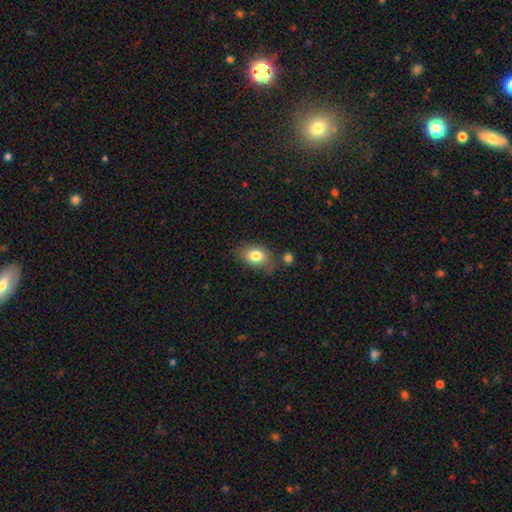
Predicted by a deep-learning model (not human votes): This appears to be a smooth galaxy with no disk features (80%) that is in between round and cigar-shaped (80%). Merging: none (63%).